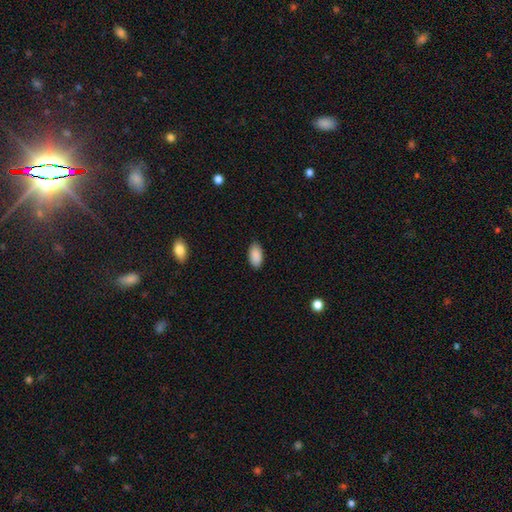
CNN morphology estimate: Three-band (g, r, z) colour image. It shows a smooth galaxy with no disk features (90%) that is in between round and cigar-shaped (95%). Merging: none (86%).